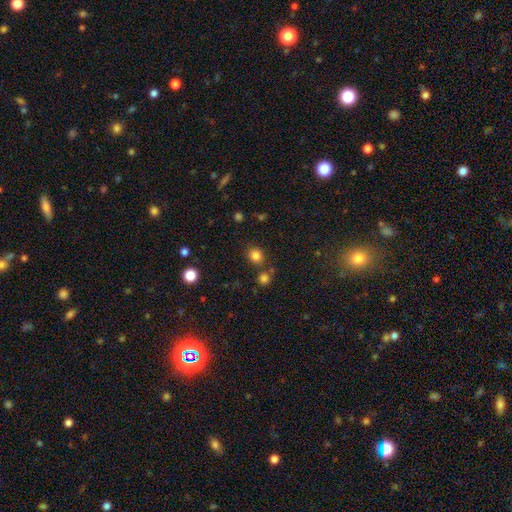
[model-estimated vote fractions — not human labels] smooth 81%, star or artifact 14%, featured or disk 5%. Down the decision tree: how rounded — round (77%); merging — none (78%).